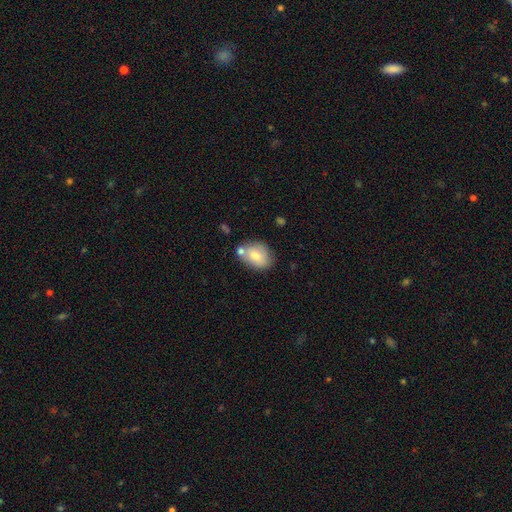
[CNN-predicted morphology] smooth-or-featured: smooth: 74% | featured or disk: 18% | star or artifact: 8%
  how-rounded: in between: 68% | round: 30% | cigar-shaped: 1%
  merging: none: 58% | merger: 19% | minor disturbance: 18% | major disturbance: 5%